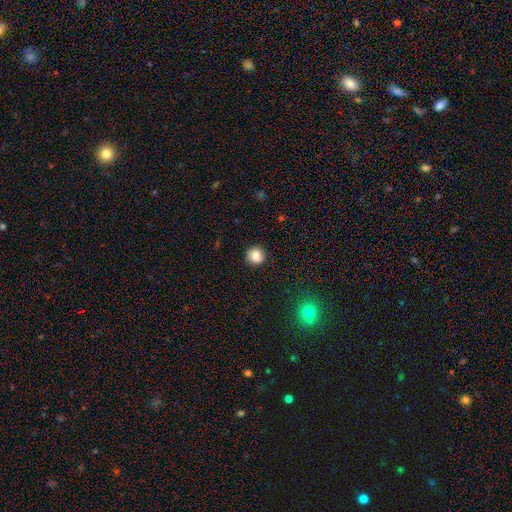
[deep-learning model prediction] A smooth galaxy with no disk features (82%) that is round (91%).

Vote fractions:
- Smooth or featured? smooth: 82% / star or artifact: 10% / featured or disk: 8%
- How rounded? round: 91% / in between: 8% / cigar-shaped: 1%
- Merging? none: 89% / minor disturbance: 7% / major disturbance: 2% / merger: 1%